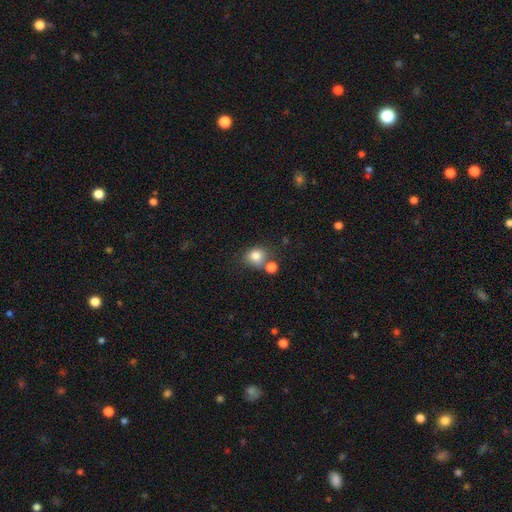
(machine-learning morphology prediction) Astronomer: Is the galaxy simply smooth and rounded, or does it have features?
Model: smooth — 81%.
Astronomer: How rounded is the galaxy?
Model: round — 76%.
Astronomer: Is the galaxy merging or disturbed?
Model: none — 59%.